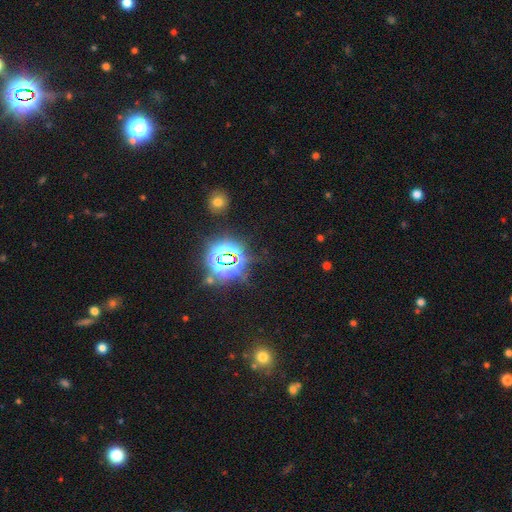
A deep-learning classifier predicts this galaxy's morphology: Smooth or featured?
  - star or artifact: 80% *
  - smooth: 12%
  - featured or disk: 8%